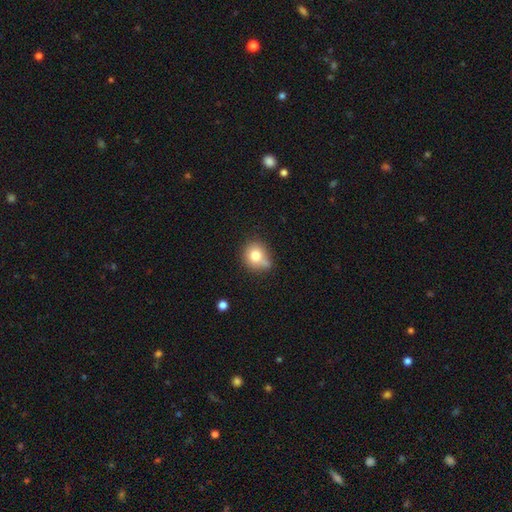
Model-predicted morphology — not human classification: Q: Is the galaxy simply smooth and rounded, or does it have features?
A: smooth — 78%.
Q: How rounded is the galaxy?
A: round — 71%.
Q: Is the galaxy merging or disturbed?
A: none — 51%.